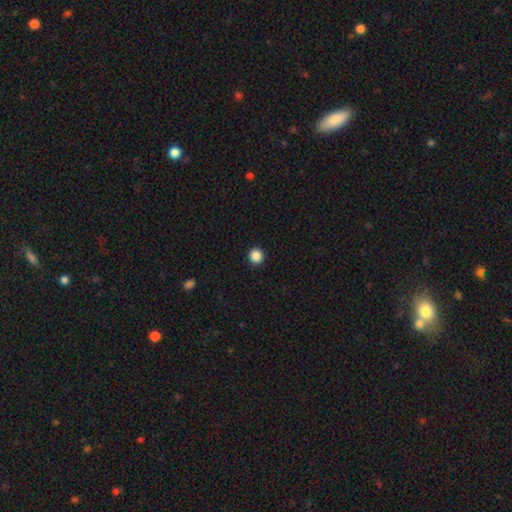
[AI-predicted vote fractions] The model was most divided on "smooth or featured": smooth: 87%, star or artifact: 10%, featured or disk: 3%. More confident: merging — none (94%); how rounded — round (93%).